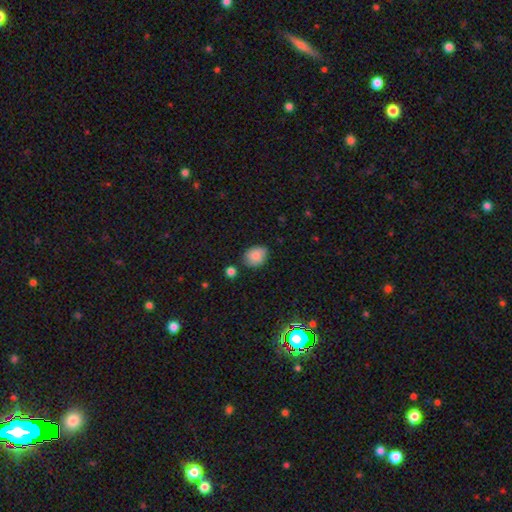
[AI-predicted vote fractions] Smooth or featured?
  - smooth: 84% *
  - star or artifact: 8%
  - featured or disk: 8%
How rounded?
  - in between: 56% *
  - round: 43%
  - cigar-shaped: 1%
Merging?
  - none: 75% *
  - minor disturbance: 18%
  - merger: 4%
  - major disturbance: 3%